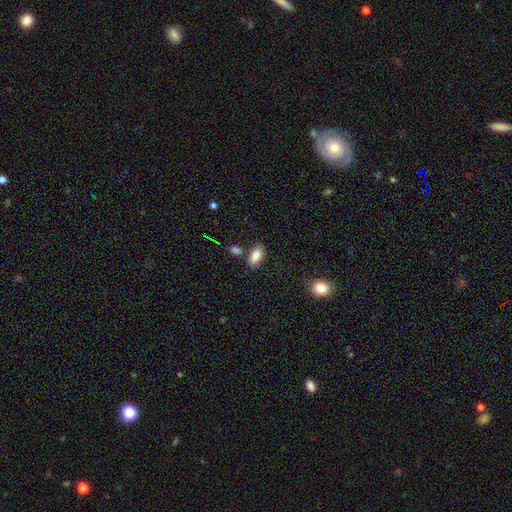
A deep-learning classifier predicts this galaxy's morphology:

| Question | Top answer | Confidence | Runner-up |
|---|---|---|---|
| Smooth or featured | smooth | 85% | star or artifact (8%) |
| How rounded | in between | 91% | cigar-shaped (5%) |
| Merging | none | 77% | minor disturbance (13%) |